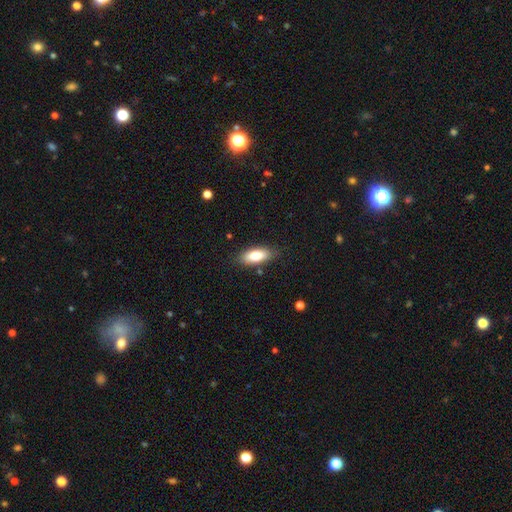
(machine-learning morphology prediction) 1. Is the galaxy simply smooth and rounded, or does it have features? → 78% smooth, 15% featured or disk, 7% star or artifact.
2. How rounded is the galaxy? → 82% in between, 16% cigar-shaped, 3% round.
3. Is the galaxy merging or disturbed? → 83% none, 13% minor disturbance, 3% major disturbance, 2% merger.